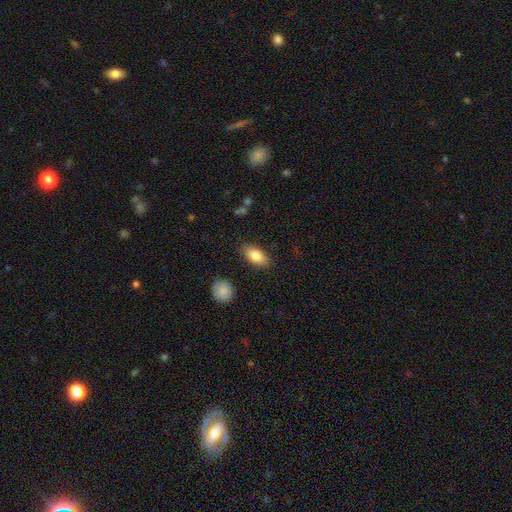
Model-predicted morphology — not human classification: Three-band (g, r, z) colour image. It shows a smooth galaxy with no disk features (83%) that is in between round and cigar-shaped (91%). Merging: none (84%).